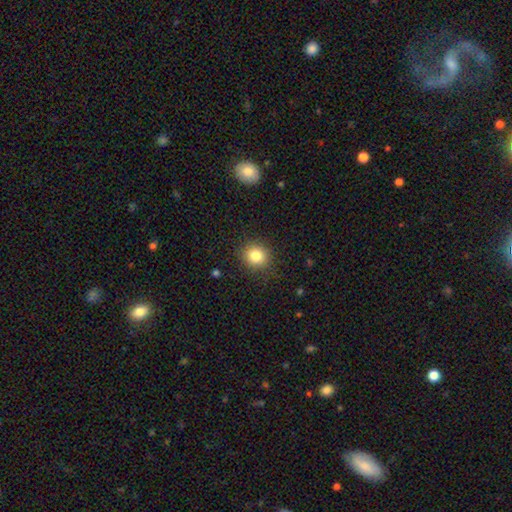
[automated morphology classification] Smooth or featured? Predicted: smooth (p=0.82). How rounded? Predicted: round (p=0.84). Merging? Predicted: none (p=0.89).